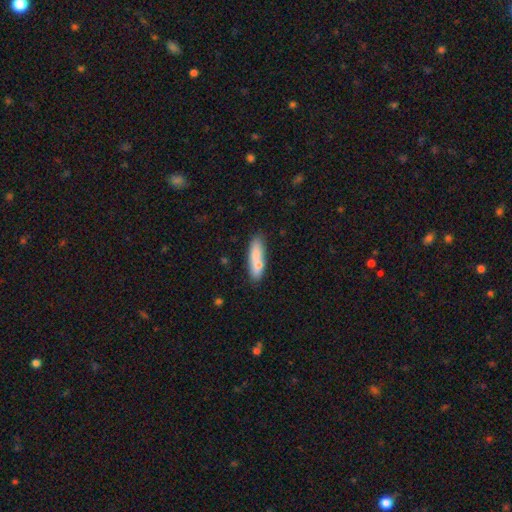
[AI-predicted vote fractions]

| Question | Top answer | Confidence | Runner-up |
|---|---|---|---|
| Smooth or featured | smooth | 73% | featured or disk (20%) |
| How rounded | cigar-shaped | 57% | in between (40%) |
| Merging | none | 66% | merger (15%) |